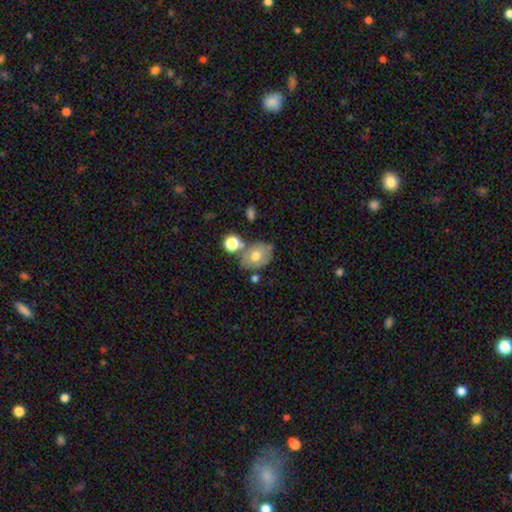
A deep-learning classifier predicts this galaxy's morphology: Smooth or featured?
  - smooth: 63% *
  - featured or disk: 27%
  - star or artifact: 10%
How rounded?
  - in between: 67% *
  - round: 31%
  - cigar-shaped: 1%
Merging?
  - none: 54% *
  - merger: 22%
  - minor disturbance: 18%
  - major disturbance: 6%